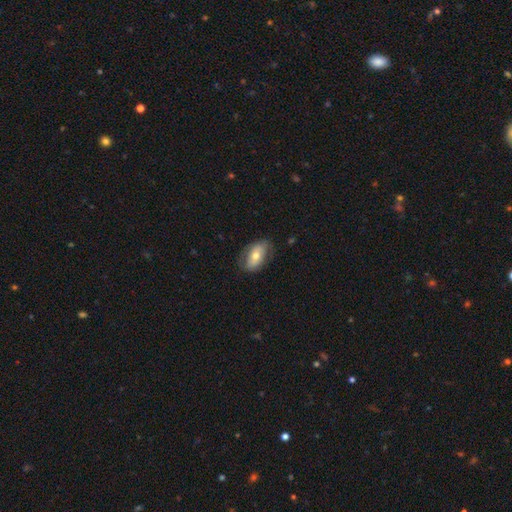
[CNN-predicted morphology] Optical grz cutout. It shows a smooth galaxy with no disk features (55%) that is in between round and cigar-shaped (90%). Merging: none (71%).